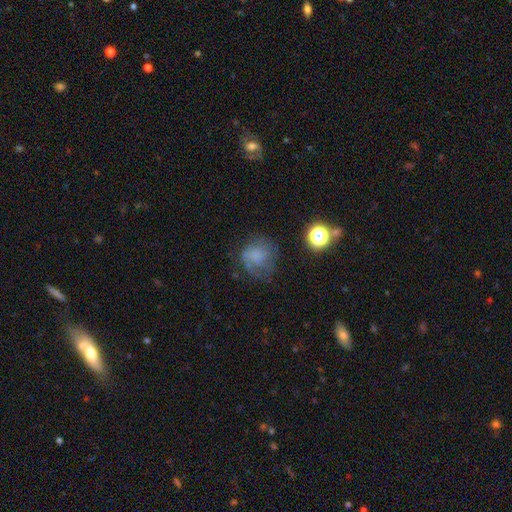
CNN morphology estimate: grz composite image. It shows a smooth galaxy with no disk features (54%) that is round (74%). Merging: none (47%).